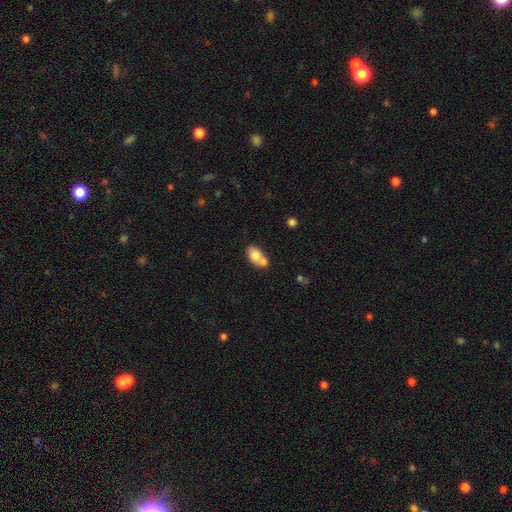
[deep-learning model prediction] Morphology: type=smooth (74%); roundness=in between (76%); merging=merger (56%).